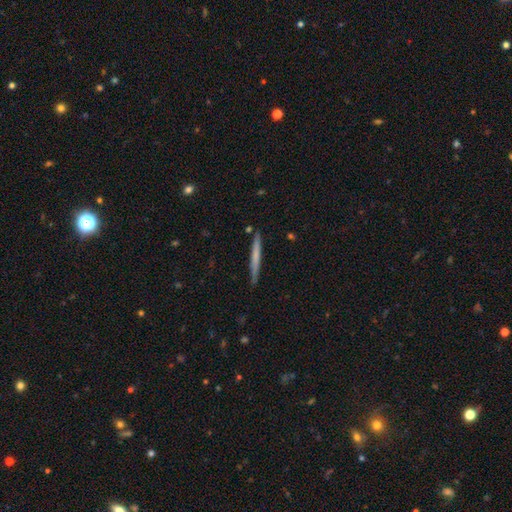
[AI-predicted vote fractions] A smooth galaxy with no disk features (57%) that is cigar-shaped (97%).

Vote fractions:
- Smooth or featured? smooth: 57% / featured or disk: 38% / star or artifact: 5%
- How rounded? cigar-shaped: 97% / in between: 2% / round: 1%
- Merging? none: 89% / minor disturbance: 8% / merger: 2% / major disturbance: 1%